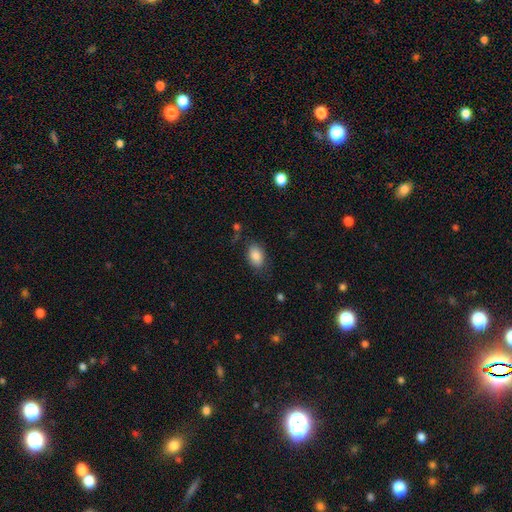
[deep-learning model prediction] smooth-or-featured: smooth: 85% | star or artifact: 8% | featured or disk: 7%
  how-rounded: in between: 87% | round: 11% | cigar-shaped: 1%
  merging: none: 75% | minor disturbance: 17% | major disturbance: 6% | merger: 2%